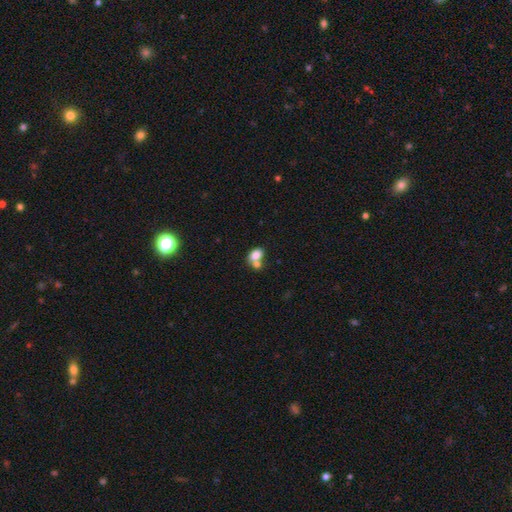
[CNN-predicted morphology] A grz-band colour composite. It shows a smooth galaxy with no disk features (79%) that is in between round and cigar-shaped (74%). Merging: merger (51%).